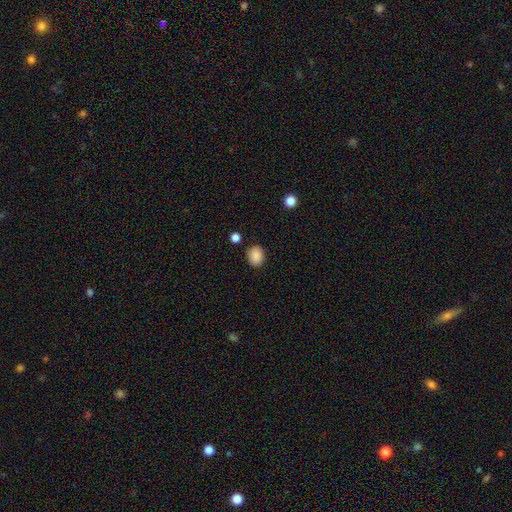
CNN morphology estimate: Smooth or featured? Predicted: smooth (p=0.88). How rounded? Predicted: round (p=0.50). Merging? Predicted: none (p=0.84).